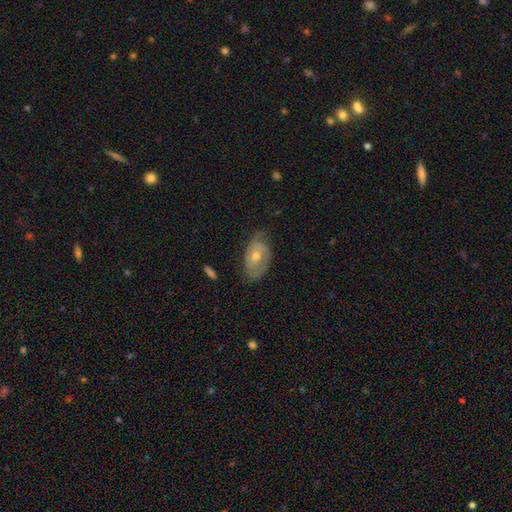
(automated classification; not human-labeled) This appears to be a featured or disk galaxy (68%) with no bar (70%), 2 (52%) tight (55%) spiral arms (79%) and a moderate central bulge (60%). Merging: none (68%).